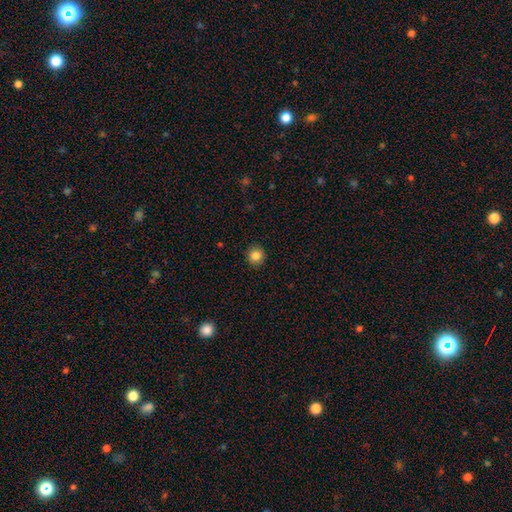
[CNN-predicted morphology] type=smooth (84%); roundness=round (92%); merging=none (92%).